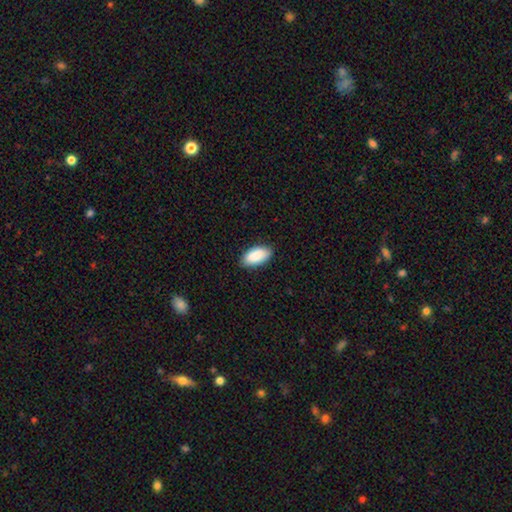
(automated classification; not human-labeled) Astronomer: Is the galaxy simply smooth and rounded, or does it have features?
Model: smooth — 89%.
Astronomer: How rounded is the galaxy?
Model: in between — 94%.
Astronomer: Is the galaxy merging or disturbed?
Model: none — 85%.